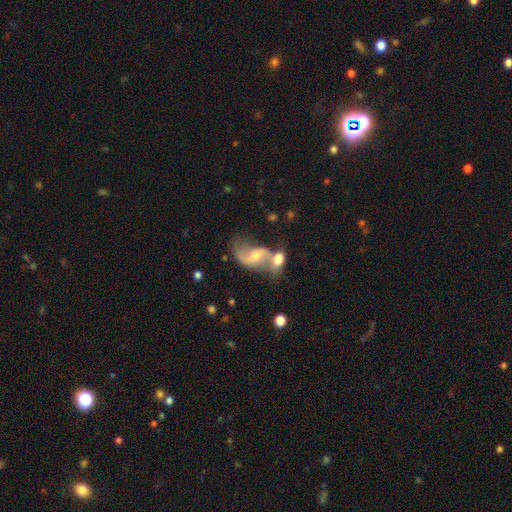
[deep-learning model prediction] Smooth or featured: featured or disk — 76% (smooth — 15%)
Edge-on disk: no — 96% (yes — 4%)
Bar: no — 42% (weak — 41%)
Spiral arms: yes — 89% (no — 11%)
Spiral winding: loose — 76% (medium — 19%)
Spiral arm count: 2 — 84% (1 — 8%)
Bulge size: small — 53% (moderate — 35%)
Merging: merger — 51% (none — 27%)